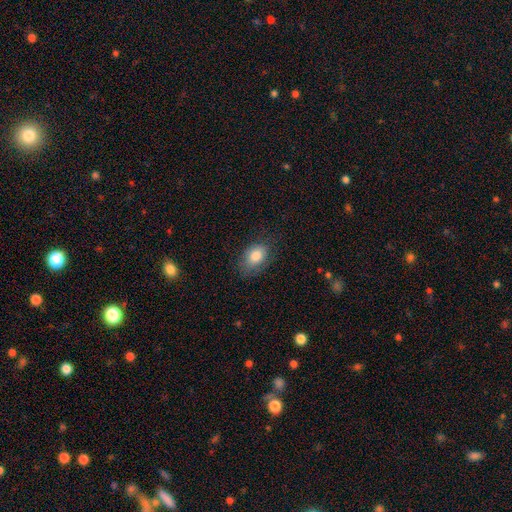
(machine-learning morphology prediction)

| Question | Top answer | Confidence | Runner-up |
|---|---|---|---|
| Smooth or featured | smooth | 82% | featured or disk (10%) |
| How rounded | in between | 80% | round (19%) |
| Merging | none | 73% | minor disturbance (20%) |